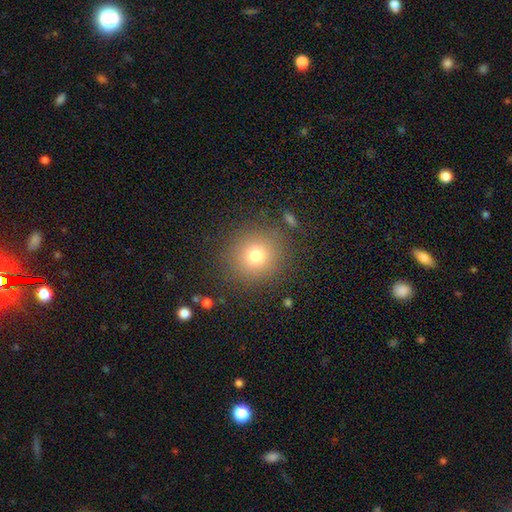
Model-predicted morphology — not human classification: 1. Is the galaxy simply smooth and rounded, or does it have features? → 76% smooth, 14% star or artifact, 10% featured or disk.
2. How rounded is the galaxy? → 90% round, 9% in between, 1% cigar-shaped.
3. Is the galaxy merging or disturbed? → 86% none, 8% minor disturbance, 4% major disturbance, 2% merger.